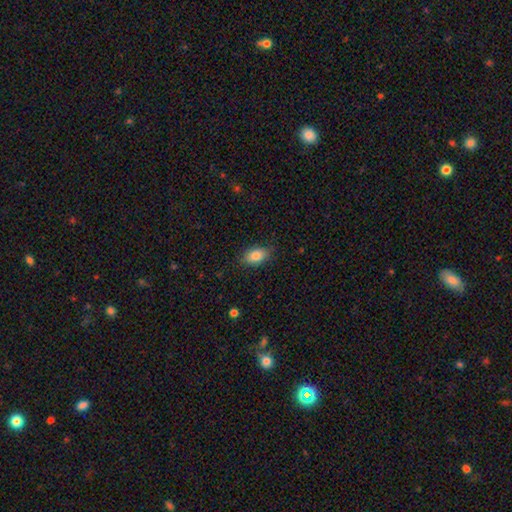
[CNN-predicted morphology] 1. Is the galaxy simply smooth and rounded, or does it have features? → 86% smooth, 8% star or artifact, 7% featured or disk.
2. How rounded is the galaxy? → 90% in between, 8% round, 3% cigar-shaped.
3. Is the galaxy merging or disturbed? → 84% none, 12% minor disturbance, 3% major disturbance, 1% merger.